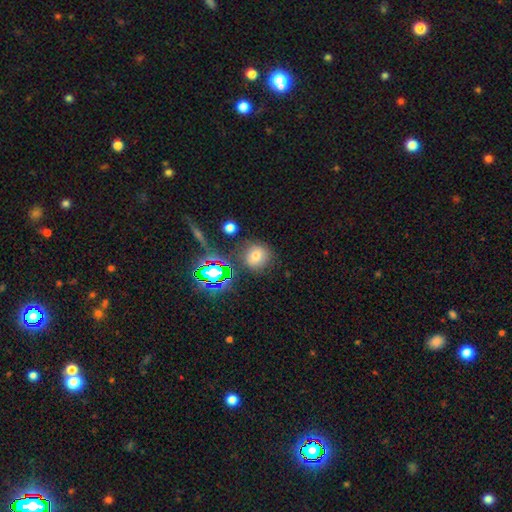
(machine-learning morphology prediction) type=smooth (66%); roundness=round (90%); merging=none (80%).